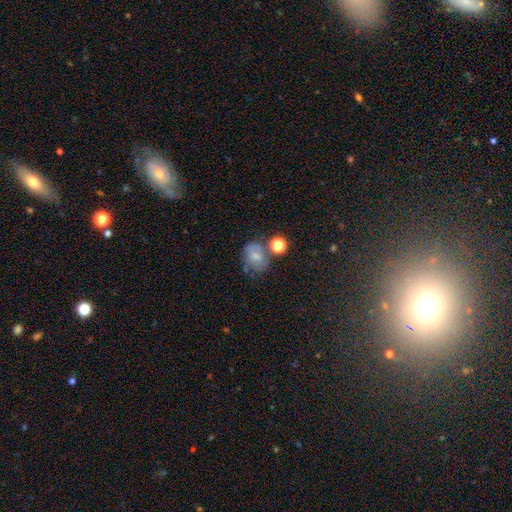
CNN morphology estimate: A smooth galaxy with no disk features (57%) that is round (58%).

Vote fractions:
- Smooth or featured? smooth: 57% / featured or disk: 30% / star or artifact: 13%
- How rounded? round: 58% / in between: 41% / cigar-shaped: 1%
- Merging? none: 43% / minor disturbance: 23% / merger: 19% / major disturbance: 14%